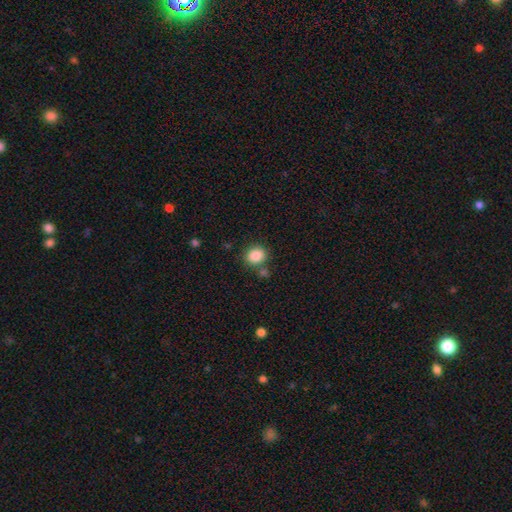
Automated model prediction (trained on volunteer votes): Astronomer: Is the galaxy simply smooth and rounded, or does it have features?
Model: smooth — 86%.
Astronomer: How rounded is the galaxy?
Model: round — 72%.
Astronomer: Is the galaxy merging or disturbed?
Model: none — 75%.